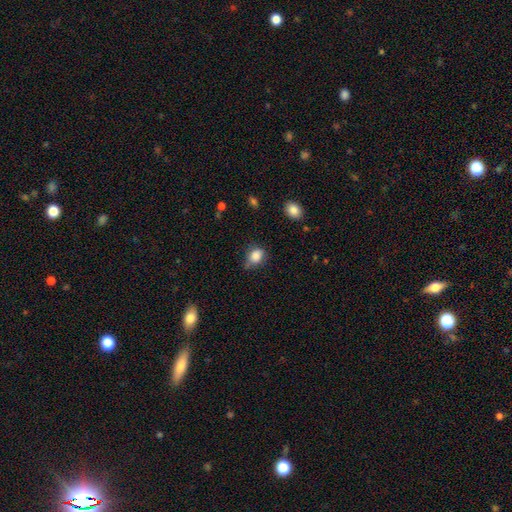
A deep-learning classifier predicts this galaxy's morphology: smooth_or_featured: smooth (p=0.84) [alt: star or artifact p=0.09]
how_rounded: in between (p=0.55) [alt: round p=0.44]
merging: none (p=0.55) [alt: minor disturbance p=0.34]